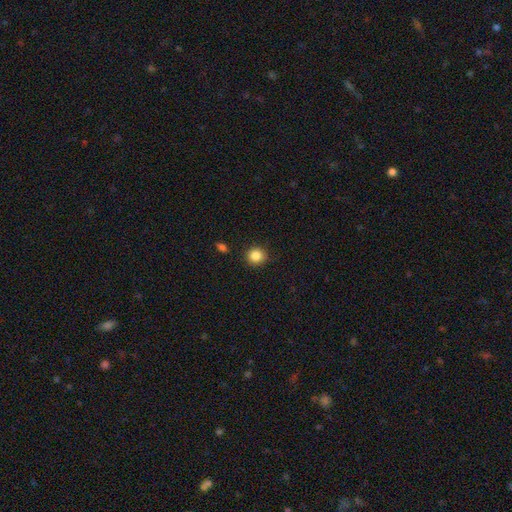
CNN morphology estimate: A smooth galaxy with no disk features (85%) that is round (91%).

Vote fractions:
- Smooth or featured? smooth: 85% / star or artifact: 11% / featured or disk: 4%
- How rounded? round: 91% / in between: 8% / cigar-shaped: 1%
- Merging? none: 89% / minor disturbance: 7% / major disturbance: 2% / merger: 2%